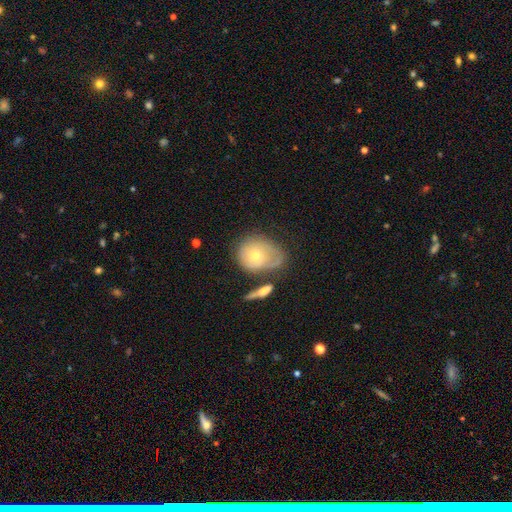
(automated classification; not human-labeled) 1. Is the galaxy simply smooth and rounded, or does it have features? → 50% smooth, 43% featured or disk, 7% star or artifact.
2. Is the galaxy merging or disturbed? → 37% none, 28% minor disturbance, 20% major disturbance, 15% merger.